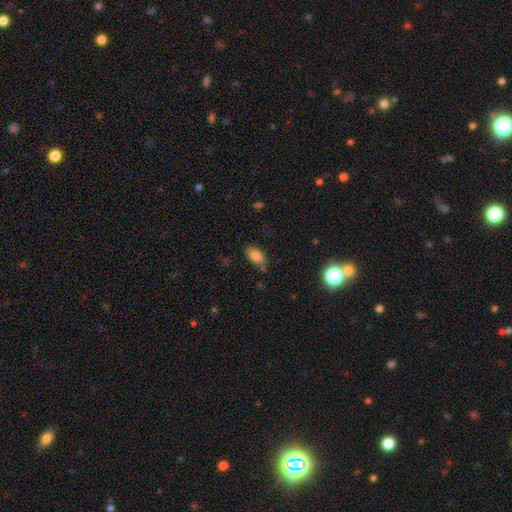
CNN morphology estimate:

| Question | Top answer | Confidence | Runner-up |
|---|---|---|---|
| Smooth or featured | smooth | 82% | star or artifact (10%) |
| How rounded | in between | 90% | round (6%) |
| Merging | none | 62% | minor disturbance (27%) |